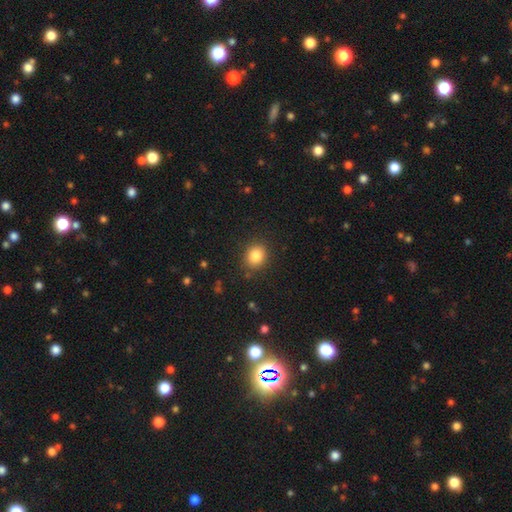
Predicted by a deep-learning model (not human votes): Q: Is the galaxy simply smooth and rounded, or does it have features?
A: smooth — 84%.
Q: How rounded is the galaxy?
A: round — 69%.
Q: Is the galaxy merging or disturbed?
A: none — 86%.